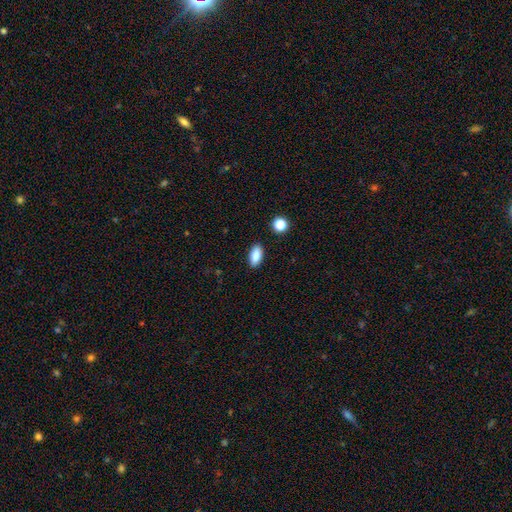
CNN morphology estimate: Smooth or featured? Predicted: smooth (p=0.86). How rounded? Predicted: in between (p=0.88). Merging? Predicted: none (p=0.87).